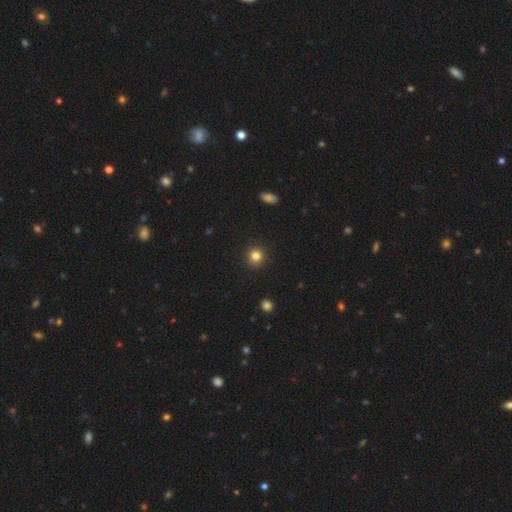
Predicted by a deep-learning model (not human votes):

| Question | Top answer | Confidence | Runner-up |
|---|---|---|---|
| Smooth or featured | smooth | 82% | star or artifact (12%) |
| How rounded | round | 93% | in between (6%) |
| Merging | none | 92% | minor disturbance (5%) |